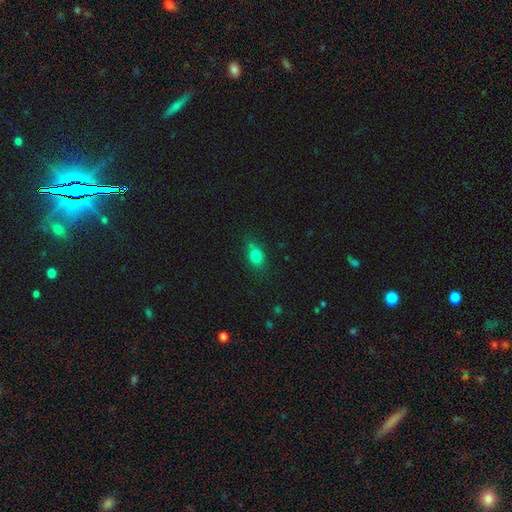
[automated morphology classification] Smooth or featured: smooth — 79% (star or artifact — 11%)
How rounded: in between — 73% (round — 22%)
Merging: none — 71% (minor disturbance — 22%)